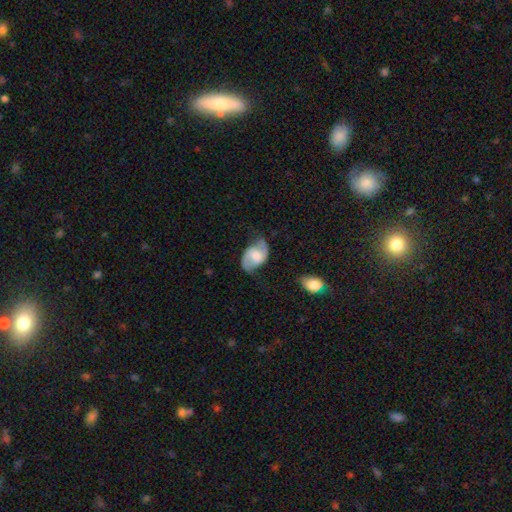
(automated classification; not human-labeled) This is likely a featured or disk galaxy (71%). It is clearly not viewed edge-on (97%). Bar: marginally no (45%). Spiral arm pattern: clearly yes (91%). Spiral arm count: clearly 2 (89%). Spiral winding: possibly medium (45%). Central bulge: possibly moderate (46%). Merging: likely none (61%).